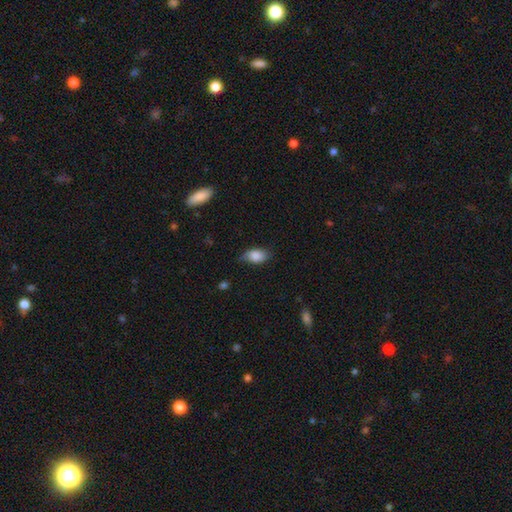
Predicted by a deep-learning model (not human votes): smooth-or-featured: smooth: 84% | featured or disk: 9% | star or artifact: 7%
  how-rounded: in between: 90% | round: 8% | cigar-shaped: 2%
  merging: none: 65% | minor disturbance: 28% | major disturbance: 5% | merger: 1%